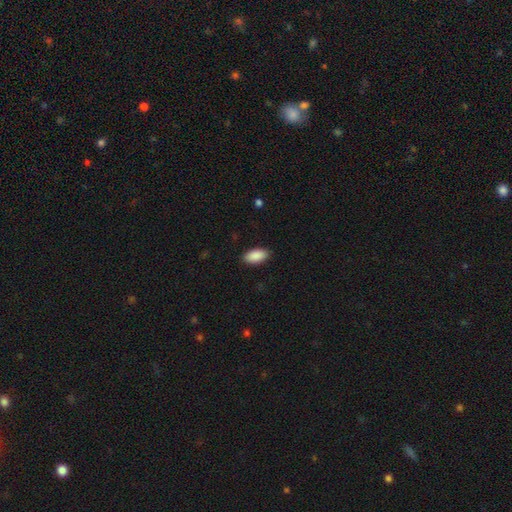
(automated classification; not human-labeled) A smooth galaxy with no disk features (91%) that is in between round and cigar-shaped (94%). Merging: none (89%).